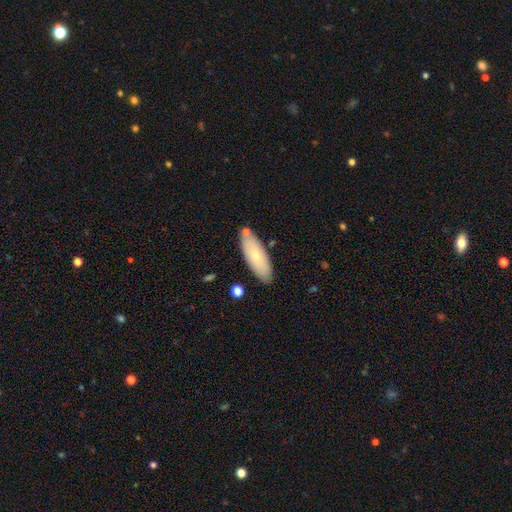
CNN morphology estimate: Overall: smooth (66%; featured or disk 27%). How rounded: in between (67%; cigar-shaped 30%). Merging: none (79%).